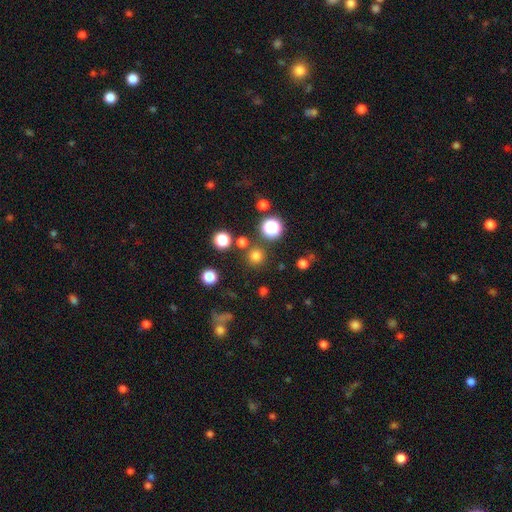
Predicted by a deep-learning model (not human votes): This appears to be a smooth galaxy with no disk features (76%) that is round (95%). Merging: none (83%).